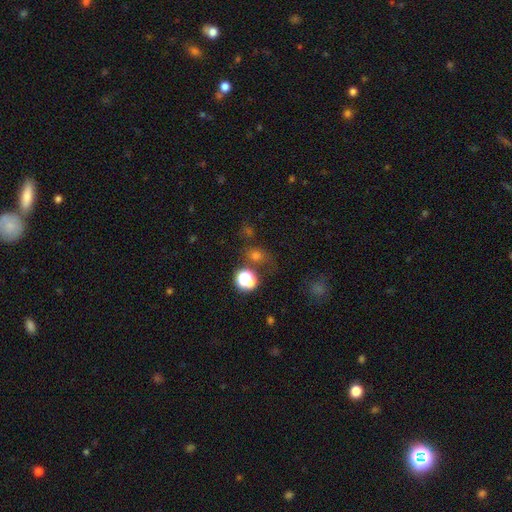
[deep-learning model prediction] A smooth galaxy with no disk features (61%) that is round (70%). Merging: none (63%).